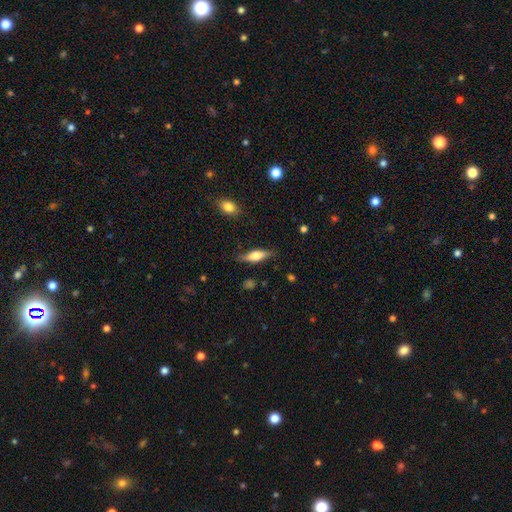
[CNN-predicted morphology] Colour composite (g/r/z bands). It shows a smooth galaxy with no disk features (58%) that is in between round and cigar-shaped (51%). Merging: none (78%).